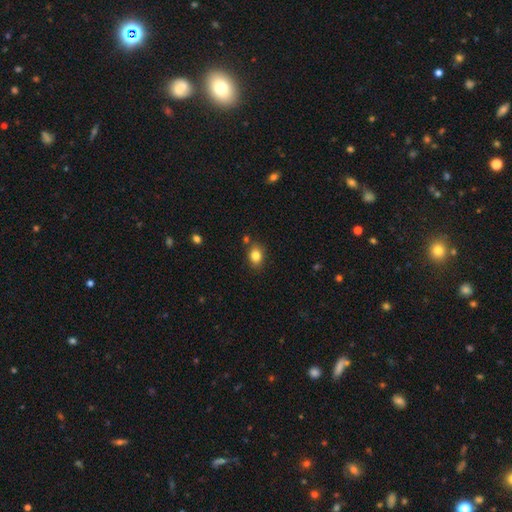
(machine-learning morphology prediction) Overall: smooth (83%). How rounded: in between (65%; round 33%). Merging: none (80%).